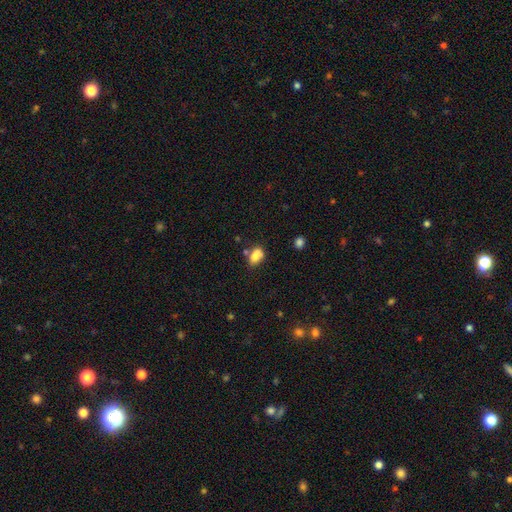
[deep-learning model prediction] Smooth or featured? Predicted: smooth (p=0.75). How rounded? Predicted: in between (p=0.77). Merging? Predicted: none (p=0.45).